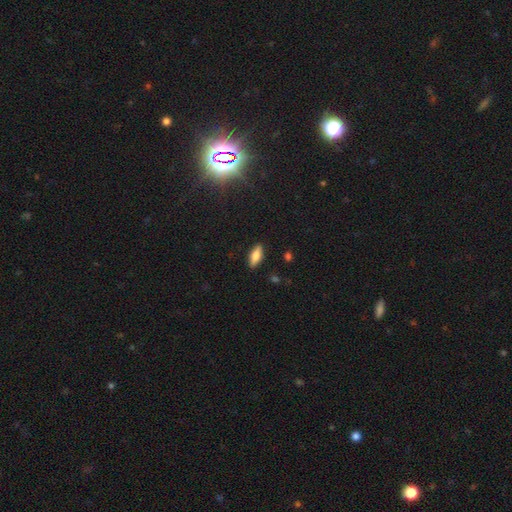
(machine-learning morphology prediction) smooth-or-featured: smooth: 71% | featured or disk: 22% | star or artifact: 7%
  how-rounded: in between: 69% | cigar-shaped: 28% | round: 2%
  merging: none: 89% | minor disturbance: 8% | major disturbance: 2% | merger: 1%